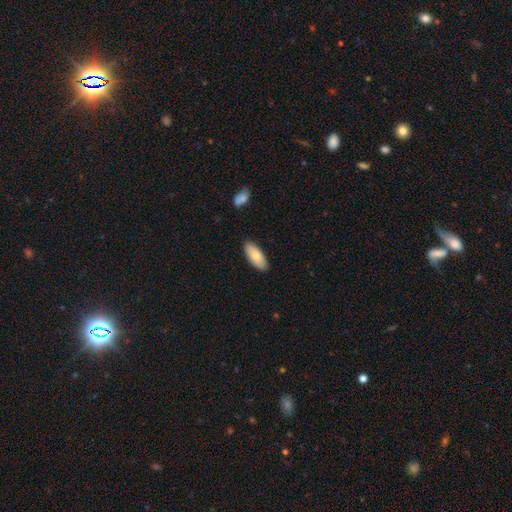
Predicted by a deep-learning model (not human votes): A smooth galaxy with no disk features (76%) that is in between round and cigar-shaped (85%).

Vote fractions:
- Smooth or featured? smooth: 76% / featured or disk: 18% / star or artifact: 6%
- How rounded? in between: 85% / cigar-shaped: 13% / round: 2%
- Merging? none: 87% / minor disturbance: 10% / major disturbance: 2% / merger: 1%